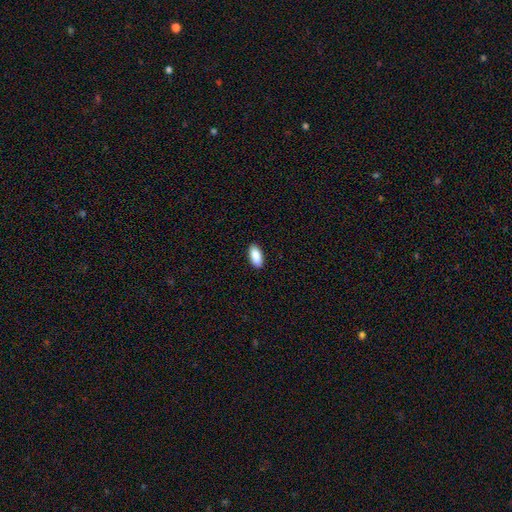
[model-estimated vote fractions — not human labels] Smooth or featured? smooth (90%)
How rounded? in between (90%)
Merging? none (90%)